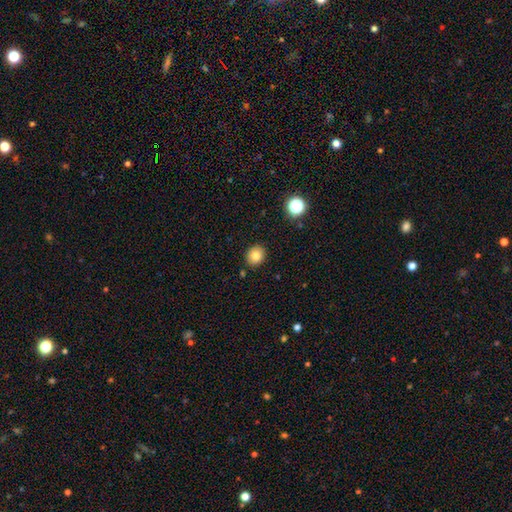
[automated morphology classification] Overall: smooth (80%). How rounded: round (79%). Merging: none (89%).